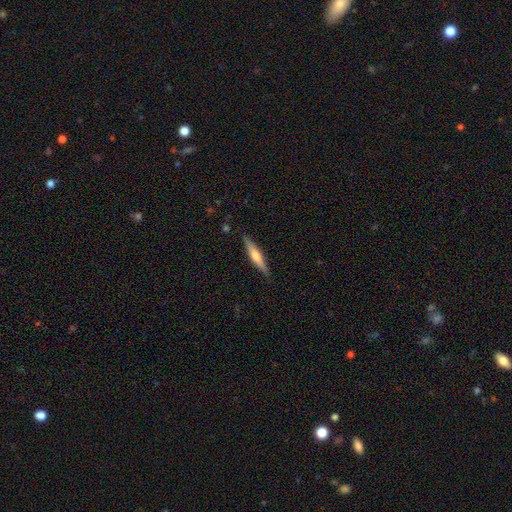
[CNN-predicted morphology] The model was most divided on "smooth or featured": featured or disk: 52%, smooth: 42%, star or artifact: 6%. More confident: edge-on disk — yes (96%); merging — none (88%); edge-on bulge — rounded (78%).